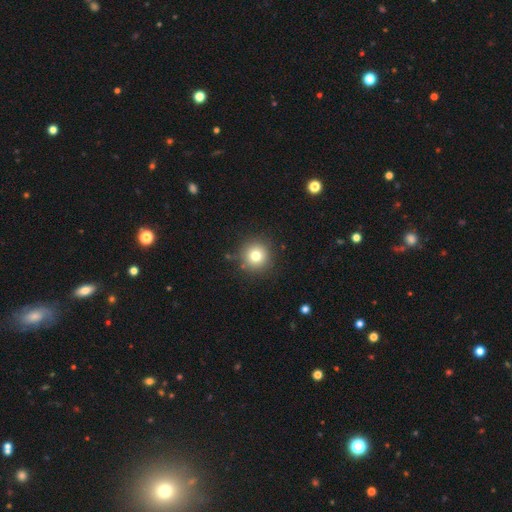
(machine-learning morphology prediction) smooth 77%, star or artifact 13%, featured or disk 10%. Down the decision tree: how rounded — round (95%); merging — none (87%).